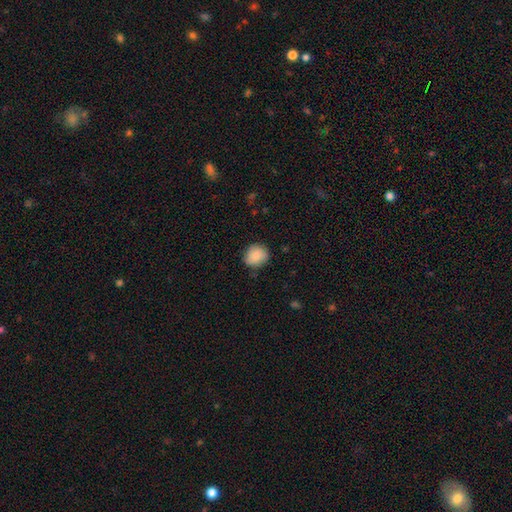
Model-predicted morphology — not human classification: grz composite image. It shows a smooth galaxy with no disk features (87%) that is round (78%). Merging: none (80%).